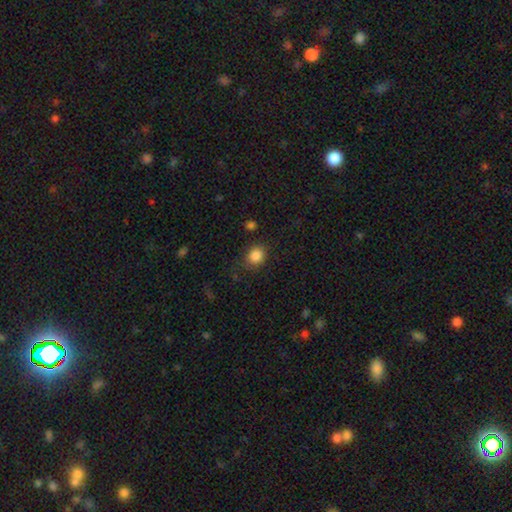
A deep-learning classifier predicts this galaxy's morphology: A smooth galaxy with no disk features (85%) that is round (69%).

Vote fractions:
- Smooth or featured? smooth: 85% / star or artifact: 10% / featured or disk: 4%
- How rounded? round: 69% / in between: 31% / cigar-shaped: 1%
- Merging? none: 79% / minor disturbance: 14% / major disturbance: 4% / merger: 2%